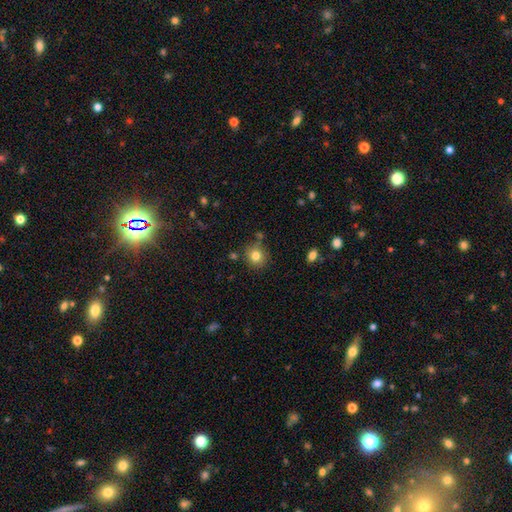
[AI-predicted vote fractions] Overall: smooth (81%). How rounded: round (86%). Merging: none (79%).